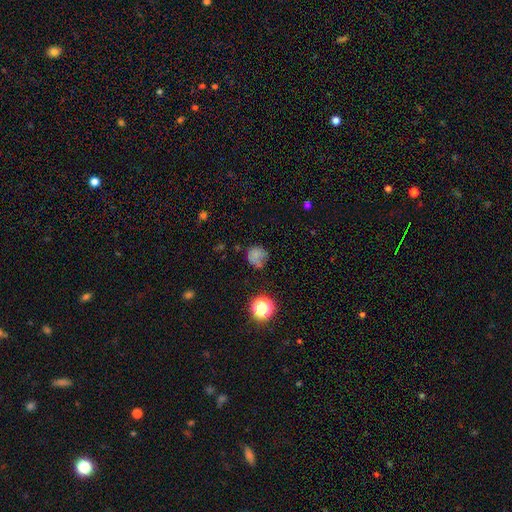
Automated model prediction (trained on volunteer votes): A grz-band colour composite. It shows a smooth galaxy with no disk features (68%) that is round (77%). Merging: none (49%).